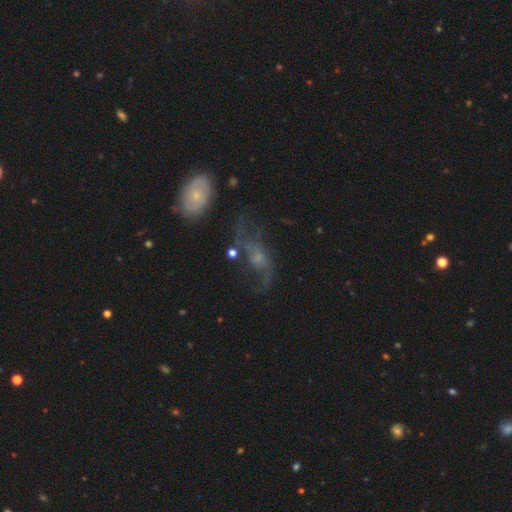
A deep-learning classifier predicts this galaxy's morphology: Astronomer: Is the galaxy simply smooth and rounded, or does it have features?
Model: featured or disk — 71%.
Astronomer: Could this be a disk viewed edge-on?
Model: no — 93%.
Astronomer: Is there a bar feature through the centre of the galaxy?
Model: no — 59%.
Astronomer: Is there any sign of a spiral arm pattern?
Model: yes — 86%.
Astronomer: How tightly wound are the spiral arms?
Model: loose — 69%.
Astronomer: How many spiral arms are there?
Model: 2 — 82%.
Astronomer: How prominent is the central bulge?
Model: small — 54% (runner-up: moderate, 30%).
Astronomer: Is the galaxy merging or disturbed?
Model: none — 51%.